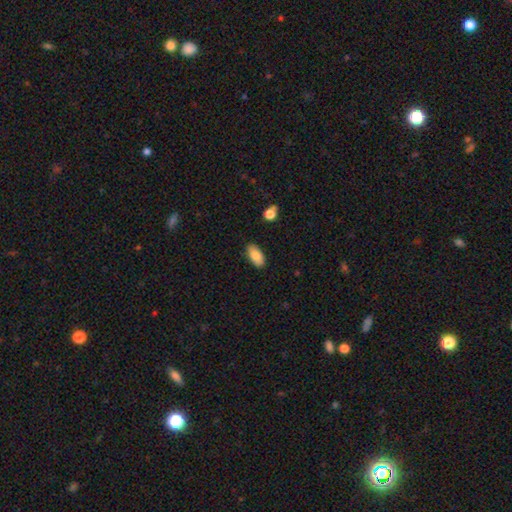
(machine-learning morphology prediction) Overall: smooth (85%). How rounded: in between (92%). Merging: none (86%).